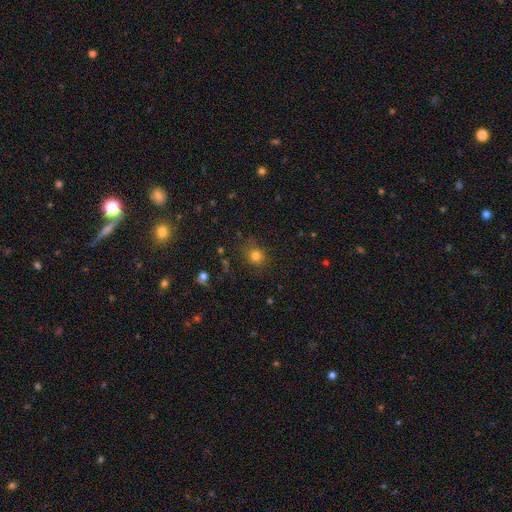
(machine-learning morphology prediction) Overall: smooth (78%). How rounded: round (81%). Merging: none (82%).